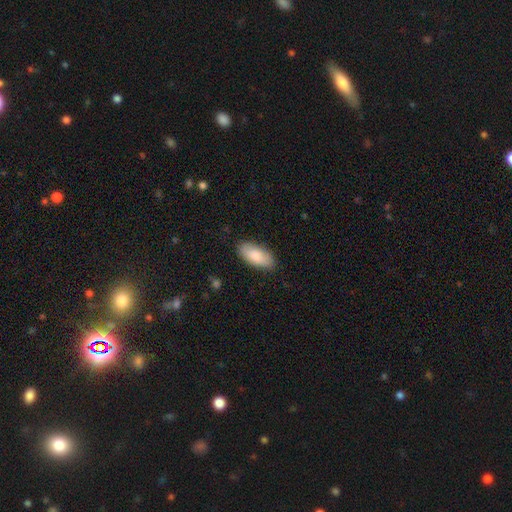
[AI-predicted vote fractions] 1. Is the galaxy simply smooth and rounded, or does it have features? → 86% smooth, 9% featured or disk, 5% star or artifact.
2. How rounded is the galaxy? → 91% in between, 7% cigar-shaped, 2% round.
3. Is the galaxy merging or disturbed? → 86% none, 11% minor disturbance, 2% major disturbance, 1% merger.